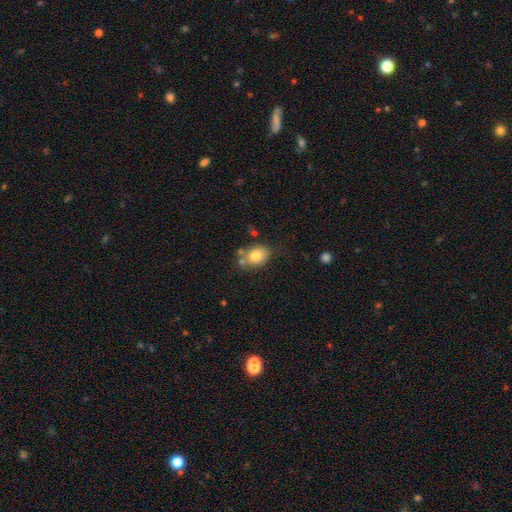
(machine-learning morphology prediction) Overall: smooth (79%). How rounded: in between (69%; round 30%). Merging: none (61%).